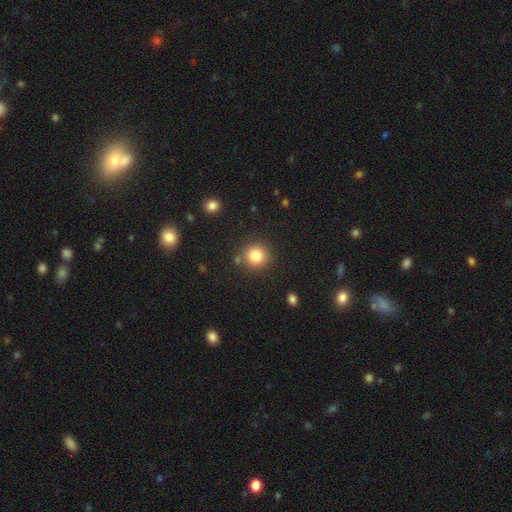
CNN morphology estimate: Q: Smooth or featured?
A: smooth (82%); runner-up: star or artifact (12%)
Q: How rounded?
A: round (92%); runner-up: in between (7%)
Q: Merging?
A: none (85%); runner-up: minor disturbance (8%)